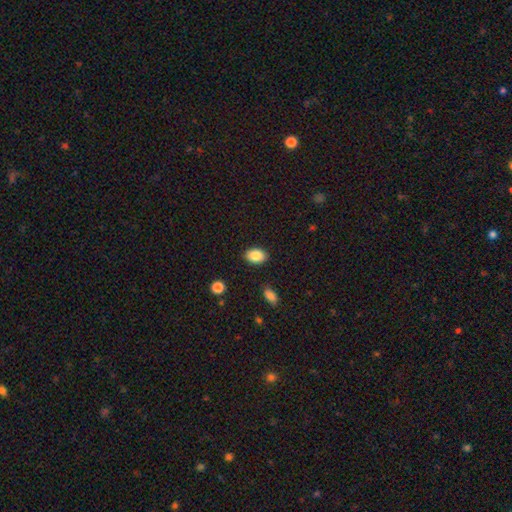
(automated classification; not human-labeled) smooth-or-featured: smooth: 86% | star or artifact: 8% | featured or disk: 6%
  how-rounded: in between: 82% | round: 17% | cigar-shaped: 1%
  merging: none: 88% | minor disturbance: 8% | major disturbance: 2% | merger: 2%